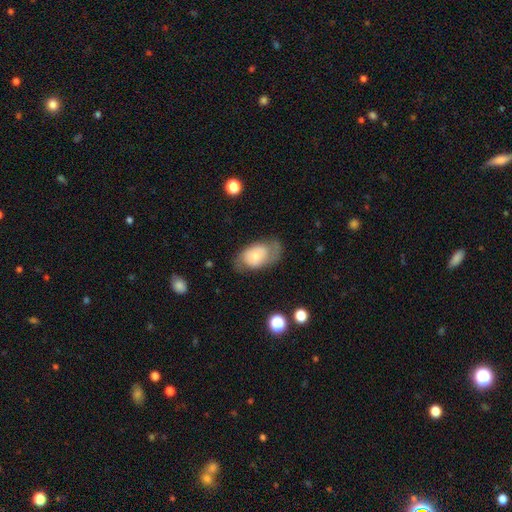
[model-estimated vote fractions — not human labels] smooth_or_featured: featured or disk (p=0.52) [alt: smooth p=0.41]
disk_edge_on: no (p=0.94) [alt: yes p=0.06]
merging: none (p=0.62) [alt: minor disturbance p=0.23]